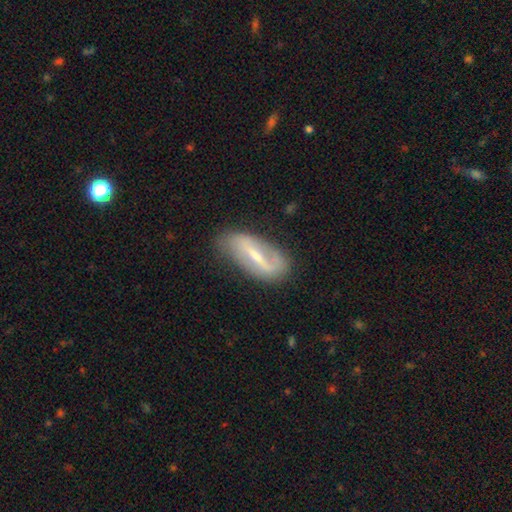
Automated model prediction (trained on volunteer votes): This appears to be a featured or disk galaxy (69%) with a strong bar (61%), spiral arms (65%) and a small central bulge (50%). Merging: none (70%).